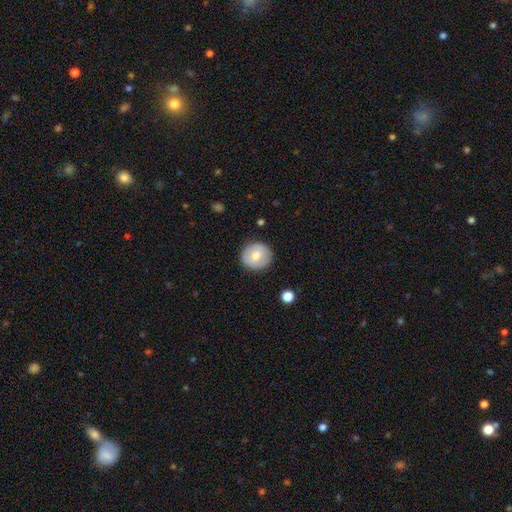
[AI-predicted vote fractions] Smooth or featured: smooth — 68% (featured or disk — 25%)
How rounded: round — 89% (in between — 10%)
Merging: none — 88% (minor disturbance — 8%)